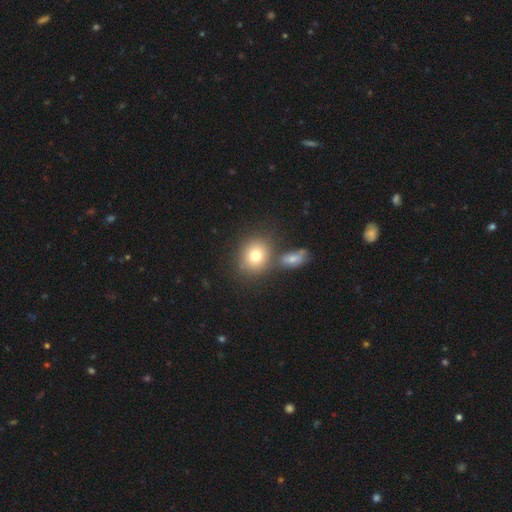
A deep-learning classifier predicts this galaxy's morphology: This is likely a smooth galaxy (76%). How rounded: likely round (73%). Merging: likely none (65%).